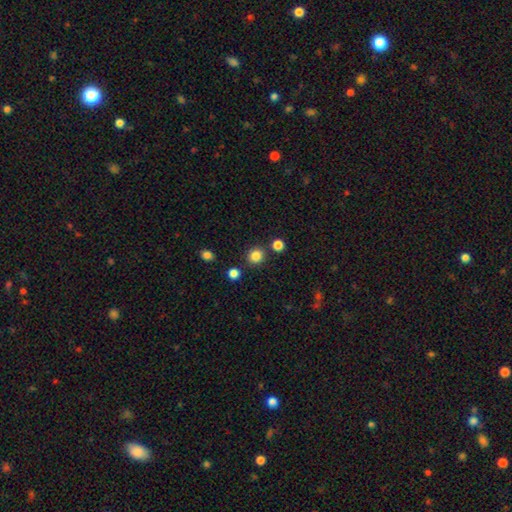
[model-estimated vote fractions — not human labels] Morphology: type=smooth (84%); roundness=round (87%); merging=none (85%).